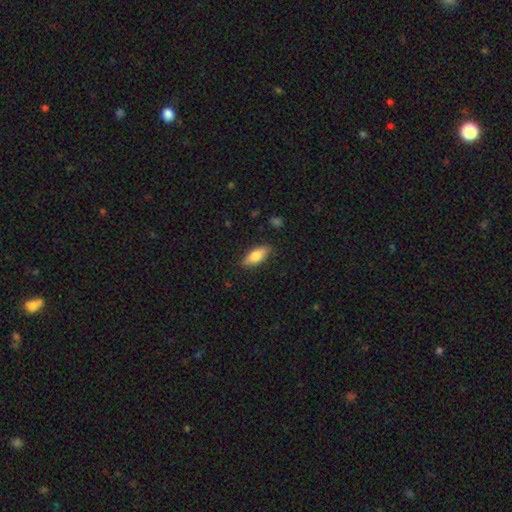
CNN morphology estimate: A smooth galaxy with no disk features (75%) that is in between round and cigar-shaped (76%).

Vote fractions:
- Smooth or featured? smooth: 75% / featured or disk: 19% / star or artifact: 6%
- How rounded? in between: 76% / cigar-shaped: 21% / round: 3%
- Merging? none: 85% / minor disturbance: 12% / major disturbance: 2% / merger: 1%